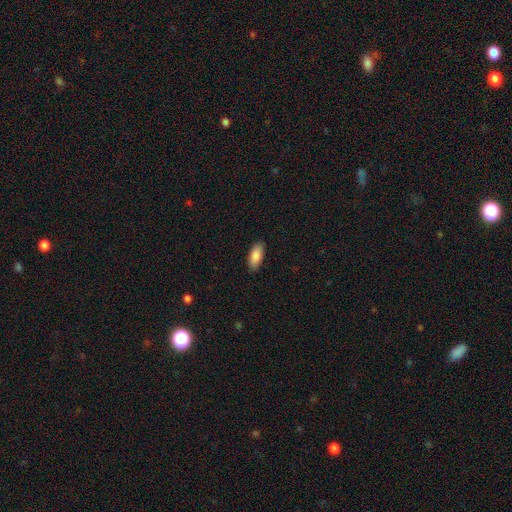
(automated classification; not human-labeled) A smooth galaxy with no disk features (89%) that is in between round and cigar-shaped (85%). Merging: none (89%).